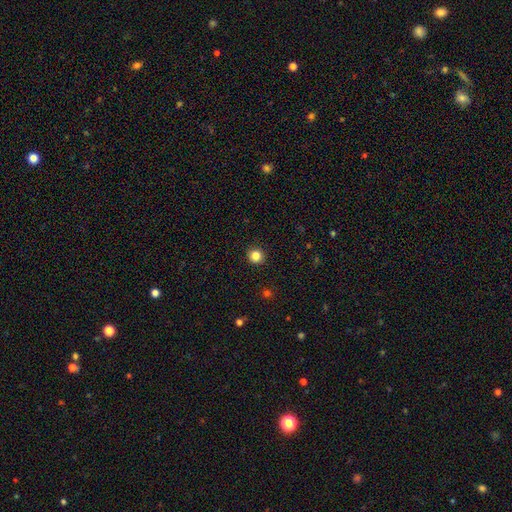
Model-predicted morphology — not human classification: Q: Smooth or featured?
A: smooth (84%); runner-up: star or artifact (12%)
Q: How rounded?
A: round (93%); runner-up: in between (6%)
Q: Merging?
A: none (93%); runner-up: minor disturbance (5%)